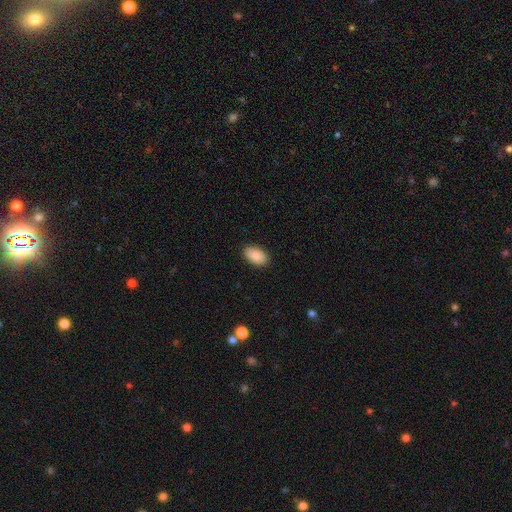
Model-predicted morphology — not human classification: Smooth or featured? smooth (89%)
How rounded? in between (93%)
Merging? none (89%)